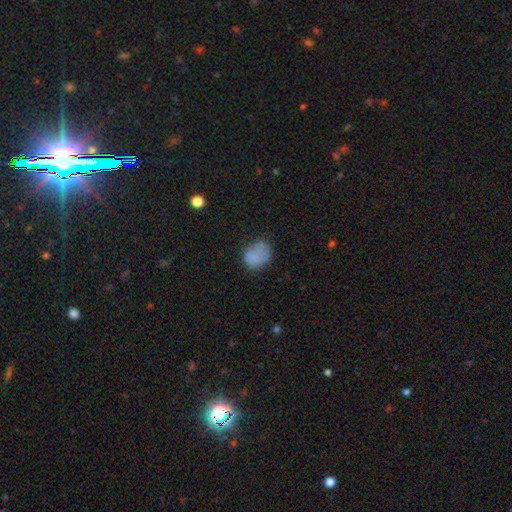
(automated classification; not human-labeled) smooth 77%, featured or disk 12%, star or artifact 11%. Down the decision tree: how rounded — in between (50%); merging — none (57%).